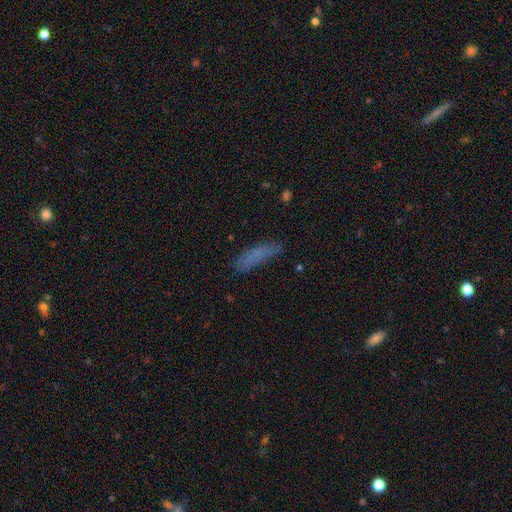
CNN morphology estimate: Overall: smooth (74%). How rounded: cigar-shaped (67%; in between 31%). Merging: none (68%).